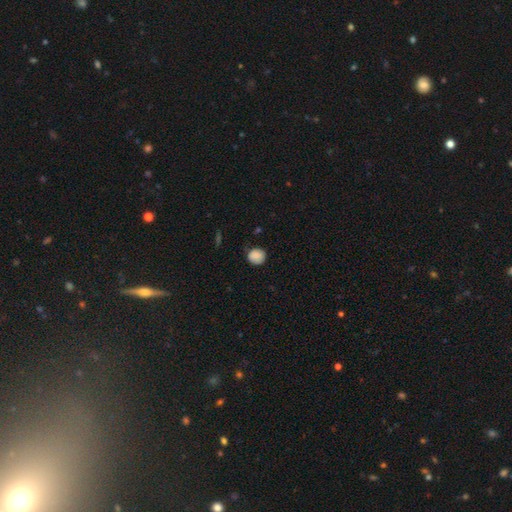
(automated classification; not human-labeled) smooth 87%, star or artifact 8%, featured or disk 5%. Down the decision tree: how rounded — round (84%); merging — none (77%).